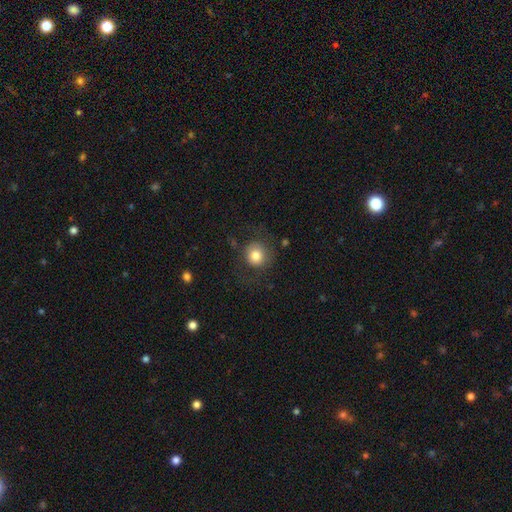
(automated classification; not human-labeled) Smooth or featured: smooth — 78% (featured or disk — 13%)
How rounded: round — 89% (in between — 10%)
Merging: none — 73% (minor disturbance — 14%)